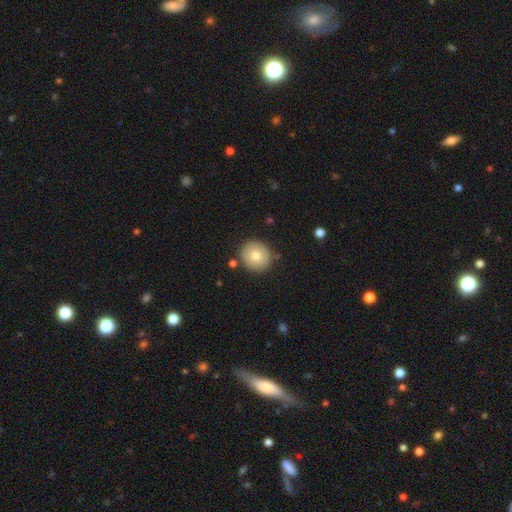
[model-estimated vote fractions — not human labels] Morphology: type=smooth (78%); roundness=round (88%); merging=none (85%).